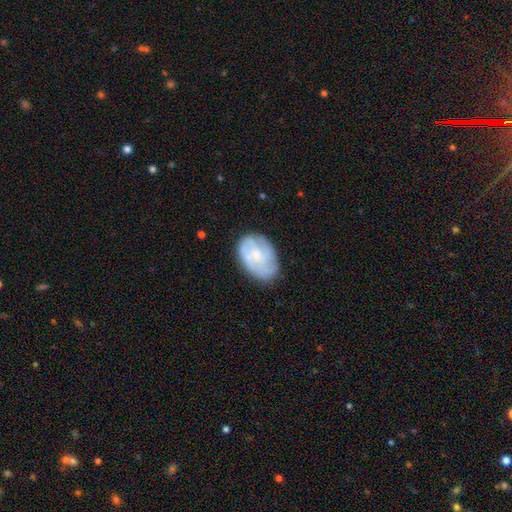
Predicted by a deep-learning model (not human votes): Overall: featured or disk (51%; smooth 42%). Edge-on disk: no (97%). Merging: none (70%).